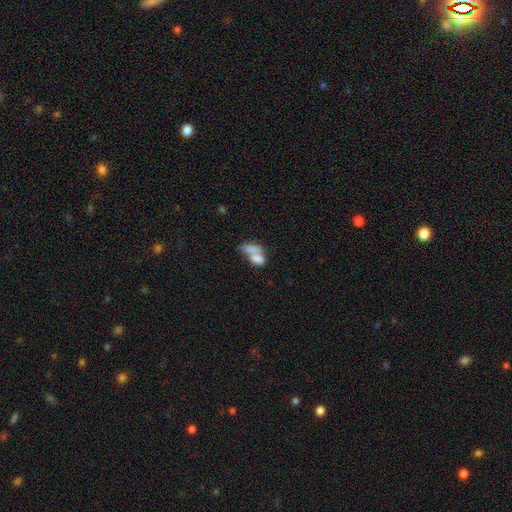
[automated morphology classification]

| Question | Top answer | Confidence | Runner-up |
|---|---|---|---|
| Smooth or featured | smooth | 71% | featured or disk (20%) |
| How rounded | in between | 80% | round (14%) |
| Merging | merger | 68% | none (17%) |